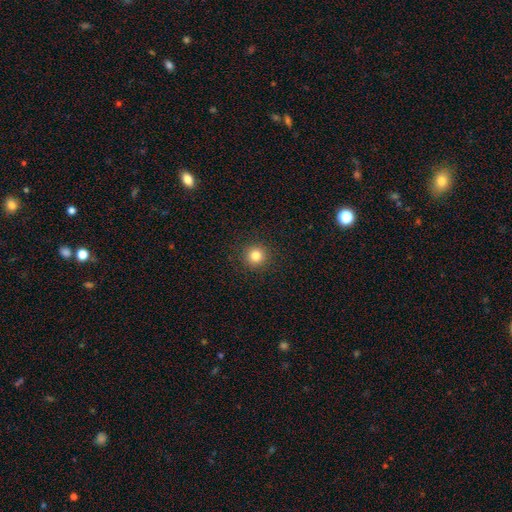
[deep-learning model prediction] smooth_or_featured: smooth (p=0.82) [alt: star or artifact p=0.13]
how_rounded: round (p=0.95) [alt: in between p=0.04]
merging: none (p=0.92) [alt: minor disturbance p=0.05]